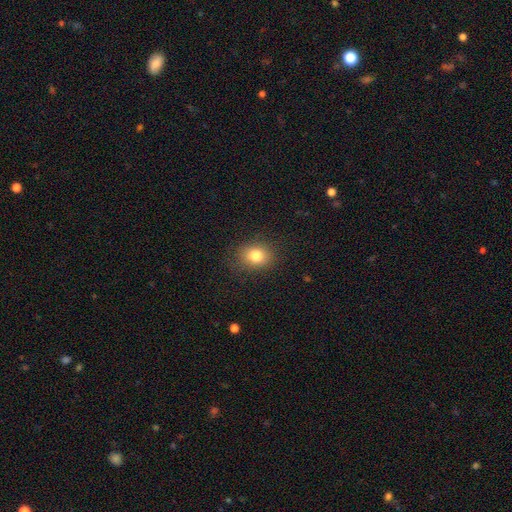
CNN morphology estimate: This appears to be a smooth galaxy with no disk features (80%) that is round (55%). Merging: none (85%).